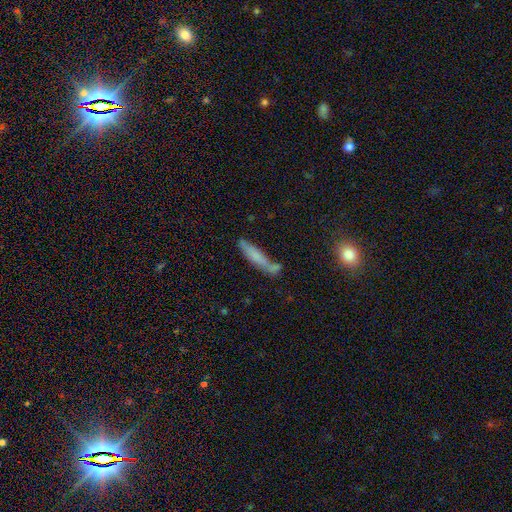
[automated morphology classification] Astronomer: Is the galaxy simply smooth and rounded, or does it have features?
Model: smooth — 69%.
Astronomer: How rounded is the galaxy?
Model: cigar-shaped — 84%.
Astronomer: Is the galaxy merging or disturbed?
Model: none — 57%.